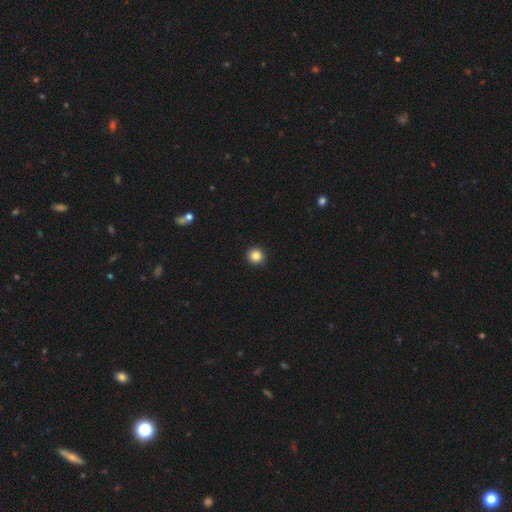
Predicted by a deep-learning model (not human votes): smooth_or_featured: smooth (p=0.85) [alt: star or artifact p=0.11]
how_rounded: round (p=0.95) [alt: in between p=0.04]
merging: none (p=0.94) [alt: minor disturbance p=0.04]